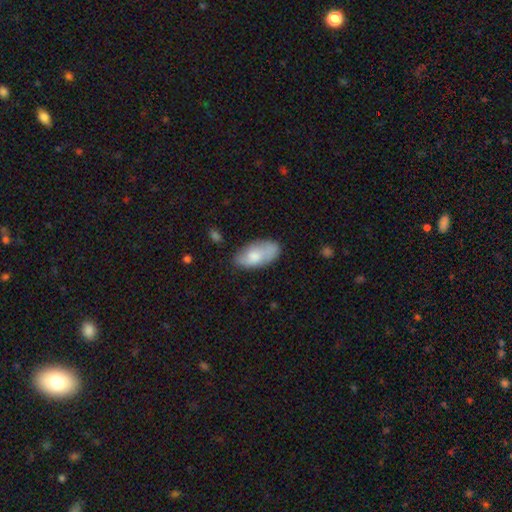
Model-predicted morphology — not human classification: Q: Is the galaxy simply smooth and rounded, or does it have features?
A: smooth — 66%.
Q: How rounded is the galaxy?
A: in between — 93%.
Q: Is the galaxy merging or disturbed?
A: none — 66%.